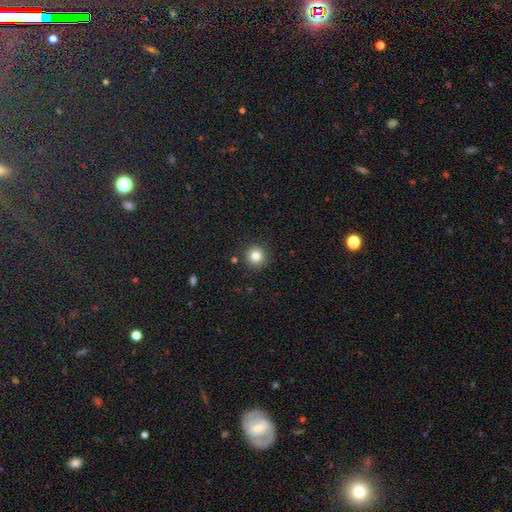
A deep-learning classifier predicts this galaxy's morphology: Smooth or featured? Predicted: smooth (p=0.82). How rounded? Predicted: round (p=0.95). Merging? Predicted: none (p=0.90).